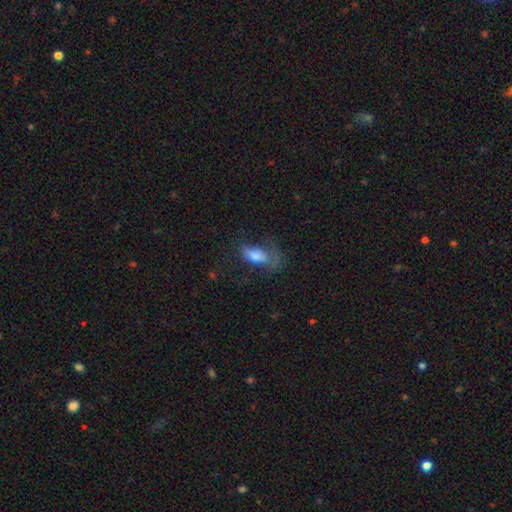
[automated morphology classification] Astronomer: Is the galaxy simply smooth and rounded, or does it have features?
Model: smooth — 60%.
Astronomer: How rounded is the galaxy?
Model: in between — 78%.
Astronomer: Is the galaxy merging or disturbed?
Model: major disturbance — 37%, tied with none at 37%.